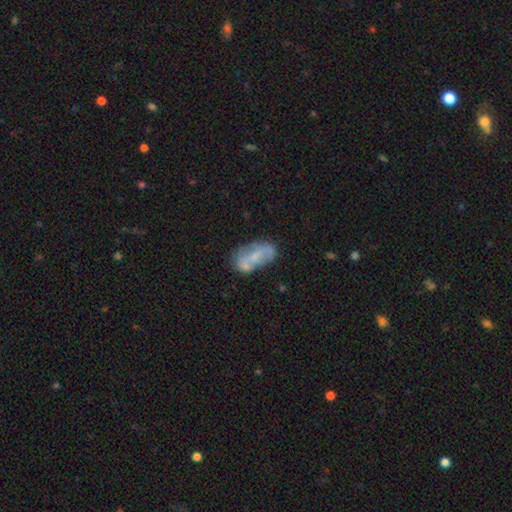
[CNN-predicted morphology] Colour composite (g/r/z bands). It shows a smooth galaxy with no disk features (46%, tied with featured or disk). Merging: none (46%).